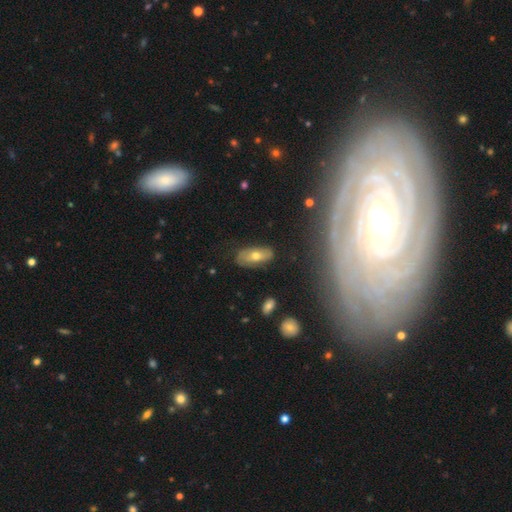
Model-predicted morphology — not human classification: This appears to be a smooth galaxy with no disk features (54%) that is in between round and cigar-shaped (82%). Merging: none (74%).